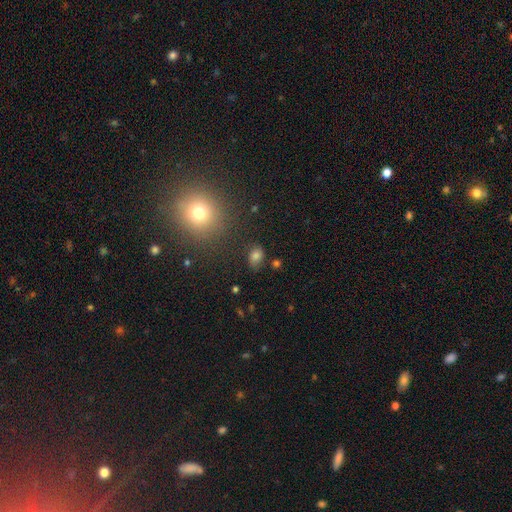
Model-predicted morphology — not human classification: The model was most divided on "how rounded": in between: 68%, round: 31%, cigar-shaped: 1%. More confident: merging — none (76%); smooth or featured — smooth (75%).